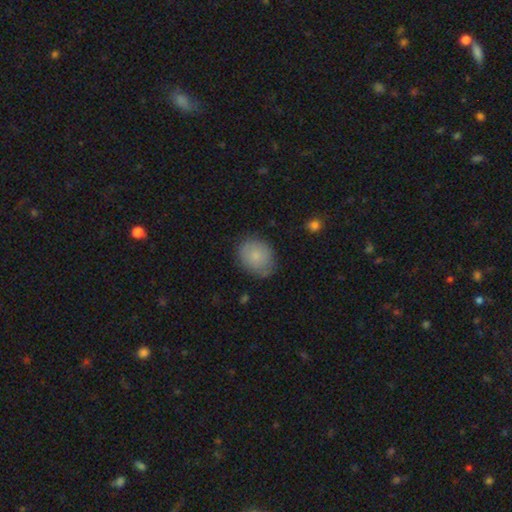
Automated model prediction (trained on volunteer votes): Q: Smooth or featured?
A: smooth (82%); runner-up: featured or disk (11%)
Q: How rounded?
A: round (56%); runner-up: in between (43%)
Q: Merging?
A: none (73%); runner-up: minor disturbance (21%)